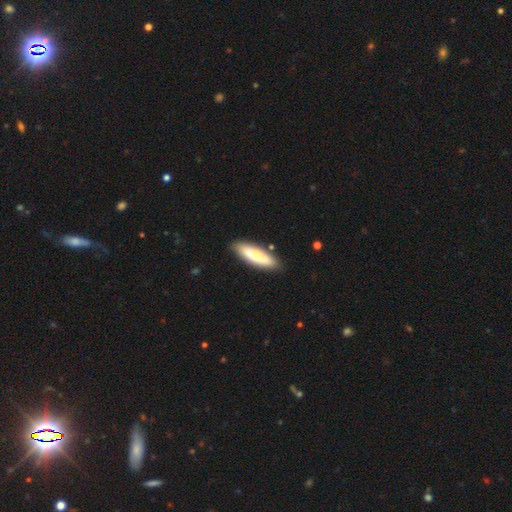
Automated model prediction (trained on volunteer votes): smooth 66%, featured or disk 29%, star or artifact 5%. Down the decision tree: how rounded — in between (50%); merging — none (83%).